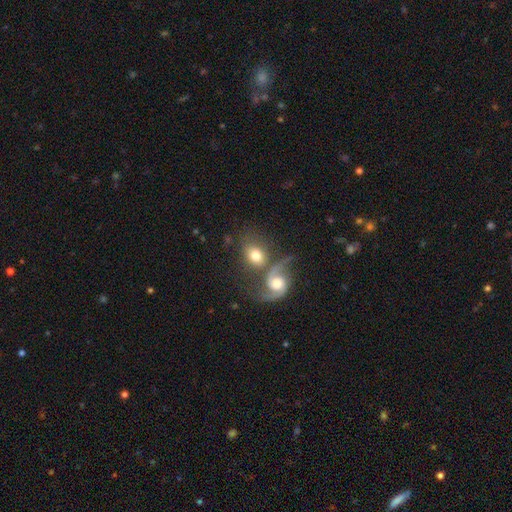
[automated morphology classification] Q: Smooth or featured?
A: smooth (55%); runner-up: featured or disk (38%)
Q: How rounded?
A: in between (52%); runner-up: round (46%)
Q: Merging?
A: merger (45%); runner-up: none (35%)